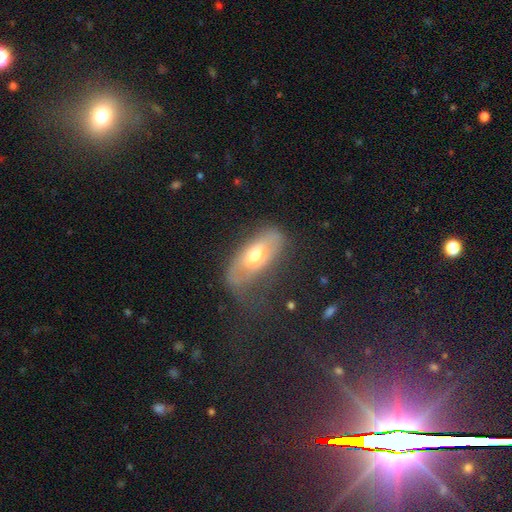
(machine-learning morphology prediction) Smooth or featured: smooth — 50% (featured or disk — 42%)
How rounded: in between — 81% (cigar-shaped — 15%)
Merging: none — 47% (minor disturbance — 27%)